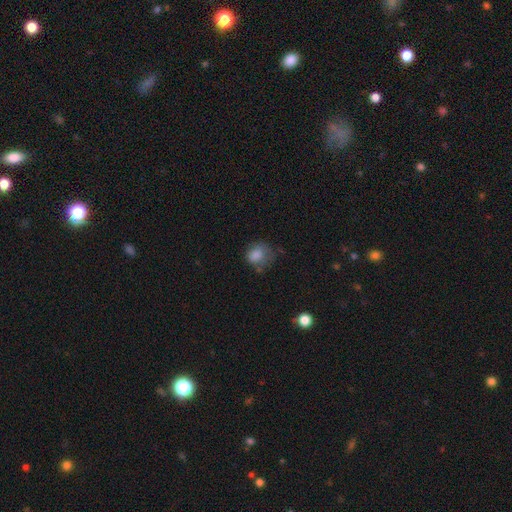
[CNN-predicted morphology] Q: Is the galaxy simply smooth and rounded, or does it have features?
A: smooth — 80%.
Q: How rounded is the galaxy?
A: round — 59%.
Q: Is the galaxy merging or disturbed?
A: none — 46%.